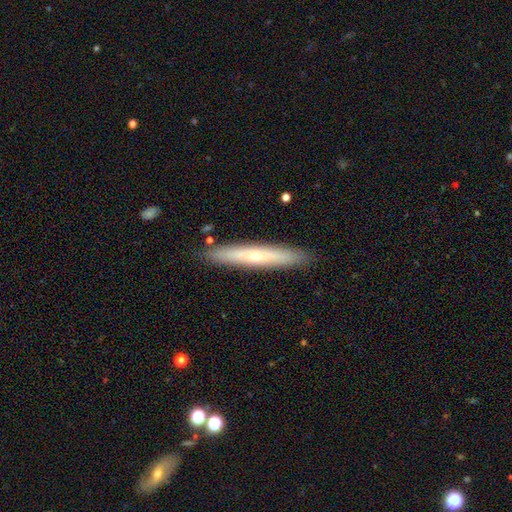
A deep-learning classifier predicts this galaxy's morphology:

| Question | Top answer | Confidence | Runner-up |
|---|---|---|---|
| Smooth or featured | smooth | 48% | featured or disk (46%) |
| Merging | none | 89% | minor disturbance (8%) |